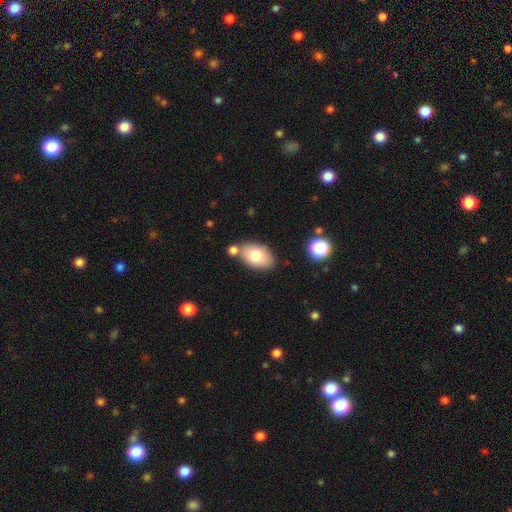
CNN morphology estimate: The model was most divided on "merging": none: 69%, merger: 15%, minor disturbance: 13%, major disturbance: 3%. More confident: how rounded — in between (89%); smooth or featured — smooth (77%).